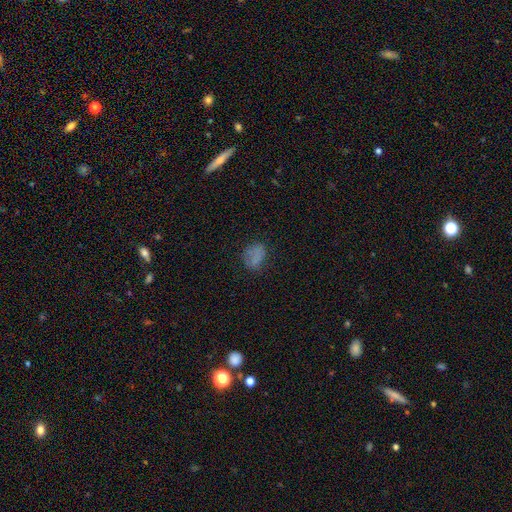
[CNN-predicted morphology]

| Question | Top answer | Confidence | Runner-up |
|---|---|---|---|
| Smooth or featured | smooth | 70% | star or artifact (16%) |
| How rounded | in between | 65% | round (34%) |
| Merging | none | 60% | minor disturbance (24%) |